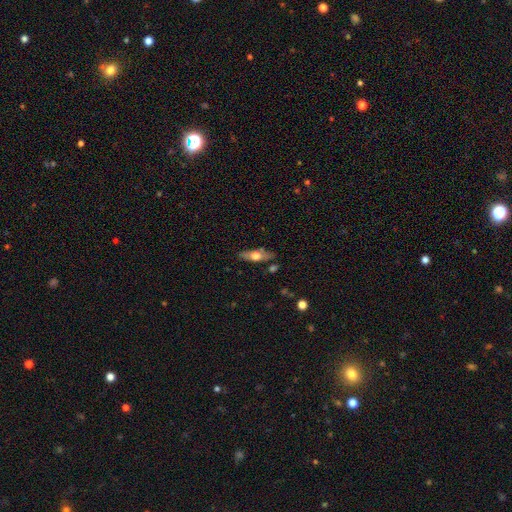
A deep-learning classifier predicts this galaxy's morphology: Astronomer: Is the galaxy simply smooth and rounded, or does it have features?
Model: smooth — 52% (runner-up: featured or disk, 42%).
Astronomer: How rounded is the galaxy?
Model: in between — 51% (runner-up: cigar-shaped, 46%).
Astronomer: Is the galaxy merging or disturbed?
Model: none — 80%.